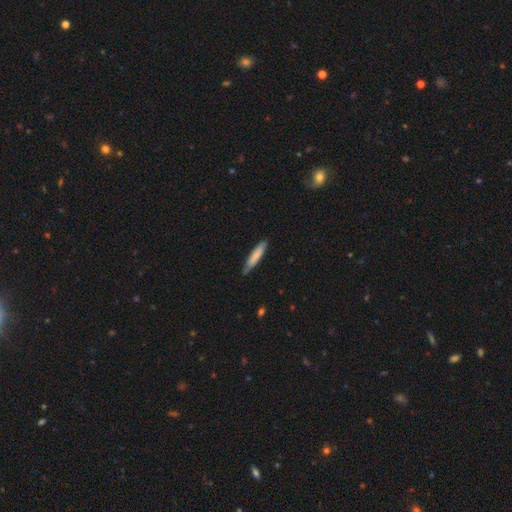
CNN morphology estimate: smooth 74%, featured or disk 20%, star or artifact 5%. Down the decision tree: how rounded — cigar-shaped (87%); merging — none (76%).